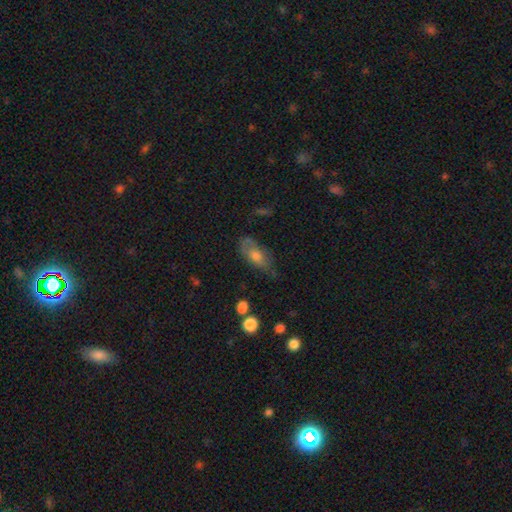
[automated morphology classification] Smooth or featured?
  - smooth: 59% *
  - featured or disk: 32%
  - star or artifact: 9%
How rounded?
  - in between: 83% *
  - cigar-shaped: 12%
  - round: 5%
Merging?
  - none: 60% *
  - minor disturbance: 27%
  - major disturbance: 10%
  - merger: 3%